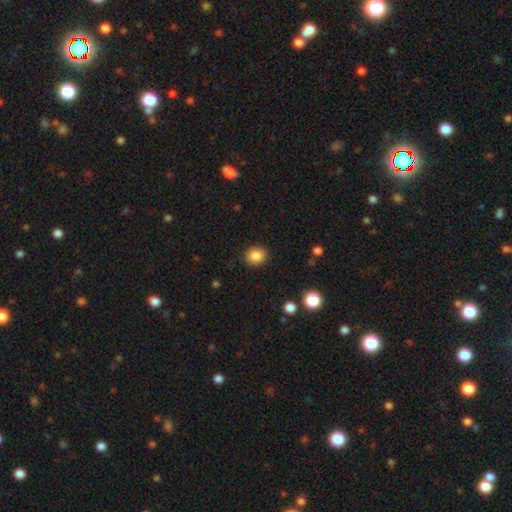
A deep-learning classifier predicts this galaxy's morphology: smooth-or-featured: smooth: 87% | star or artifact: 9% | featured or disk: 4%
  how-rounded: round: 71% | in between: 28% | cigar-shaped: 1%
  merging: none: 90% | minor disturbance: 7% | major disturbance: 2% | merger: 1%